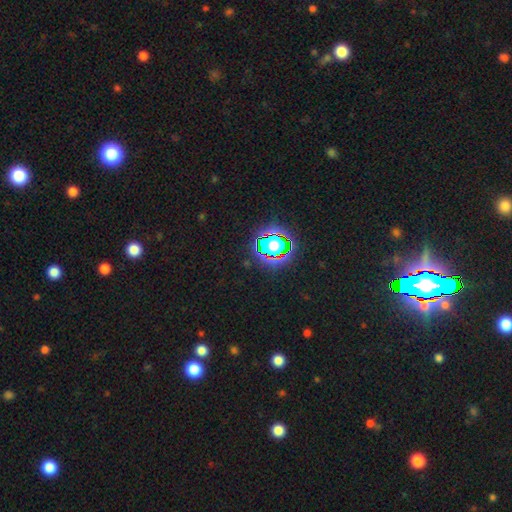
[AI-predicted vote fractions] The model was most divided on "smooth or featured": star or artifact: 82%, smooth: 11%, featured or disk: 7%.